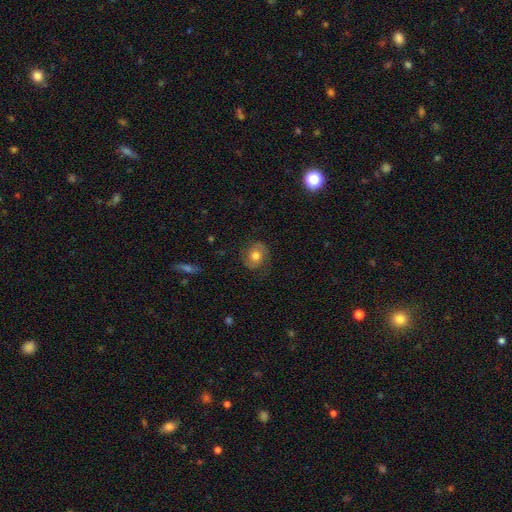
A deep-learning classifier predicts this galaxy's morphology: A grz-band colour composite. It shows a smooth galaxy with no disk features (49%). Merging: none (74%).